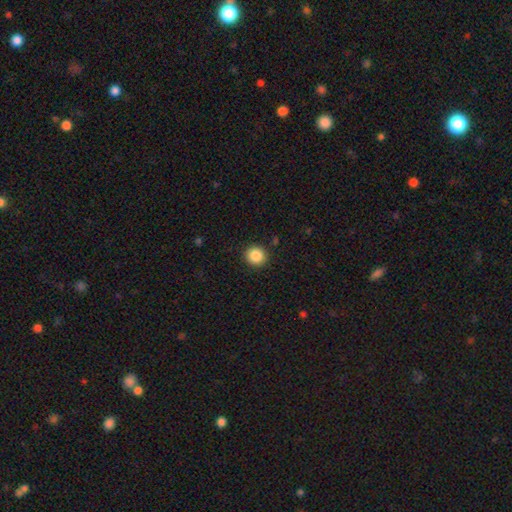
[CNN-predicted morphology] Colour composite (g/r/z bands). It shows a smooth galaxy with no disk features (87%) that is round (92%). Merging: none (91%).